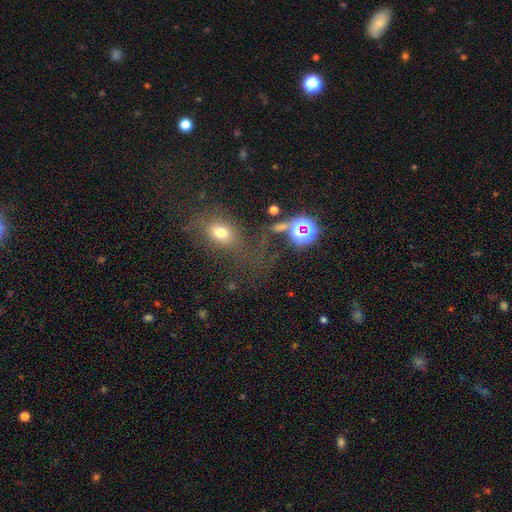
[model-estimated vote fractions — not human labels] Smooth or featured: smooth — 48% (star or artifact — 34%)
Merging: none — 60% (minor disturbance — 17%)